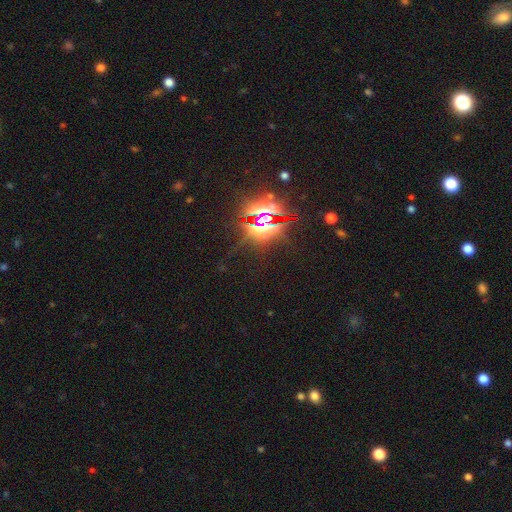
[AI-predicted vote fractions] star or artifact 85%, smooth 8%, featured or disk 7%.